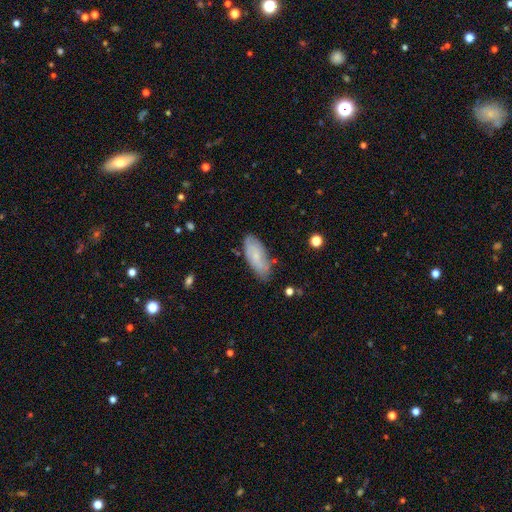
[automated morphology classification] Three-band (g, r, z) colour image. It shows a smooth galaxy with no disk features (54%) that is in between round and cigar-shaped (81%). Merging: none (74%).